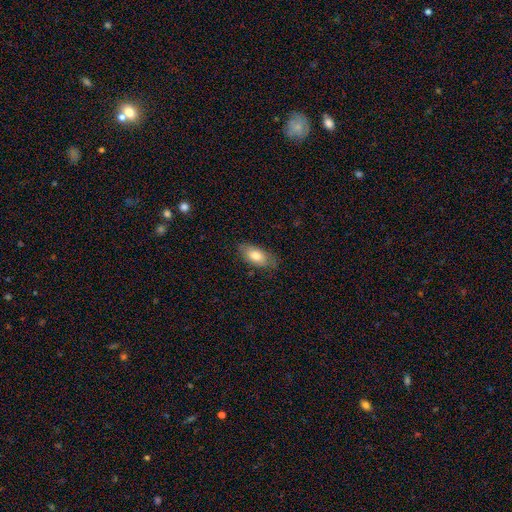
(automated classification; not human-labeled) This is likely a smooth galaxy (74%). How rounded: clearly in between (89%). Merging: likely none (75%).